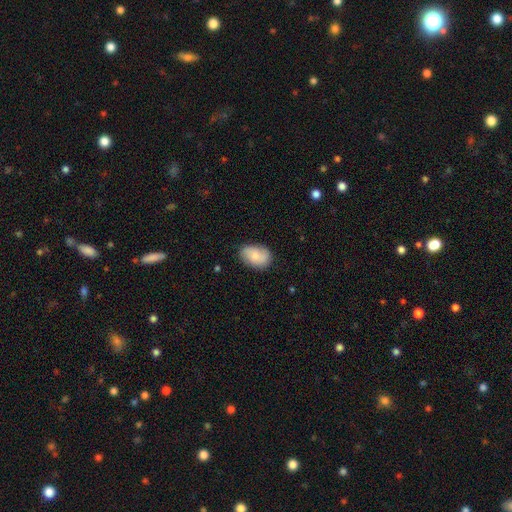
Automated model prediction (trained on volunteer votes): Overall: smooth (69%). How rounded: in between (84%). Merging: none (77%).